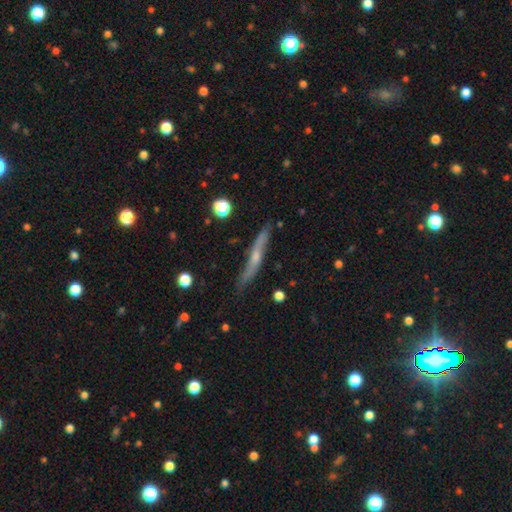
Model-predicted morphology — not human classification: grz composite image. It shows a featured or disk galaxy (63%) viewed edge-on (88%) with a rounded central bulge (68%). Merging: none (79%).